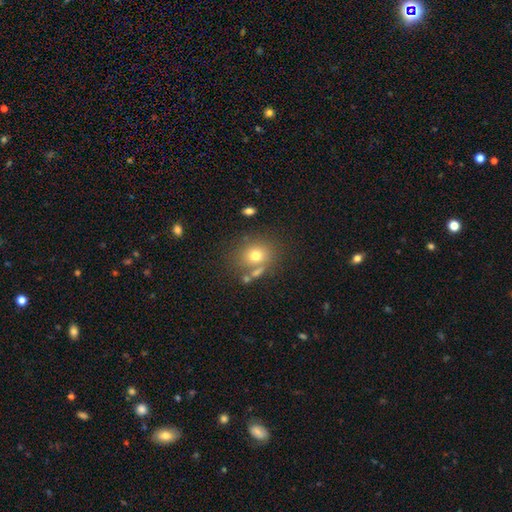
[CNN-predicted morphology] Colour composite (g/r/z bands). It shows a smooth galaxy with no disk features (72%) that is round (68%). Merging: none (64%).